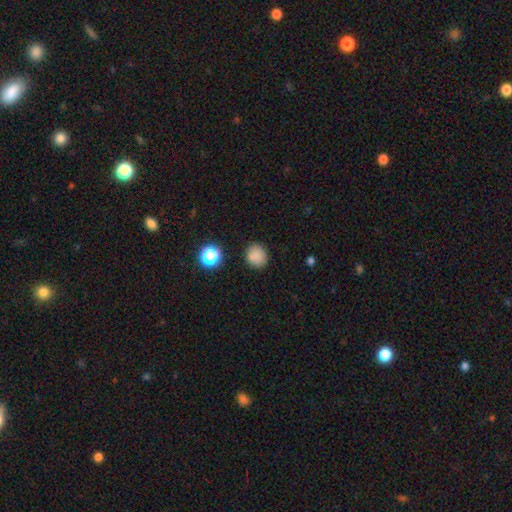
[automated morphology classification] Smooth or featured? Predicted: smooth (p=0.81). How rounded? Predicted: round (p=0.71). Merging? Predicted: none (p=0.81).